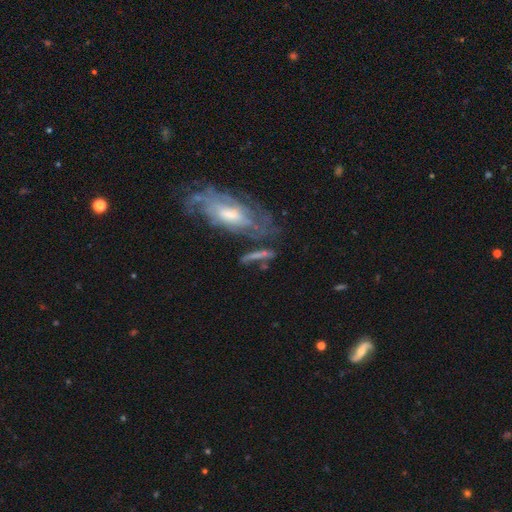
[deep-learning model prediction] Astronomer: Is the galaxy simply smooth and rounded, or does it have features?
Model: featured or disk — 57%.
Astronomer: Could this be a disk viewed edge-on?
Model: no — 73%.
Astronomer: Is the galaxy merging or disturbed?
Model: none — 54%.